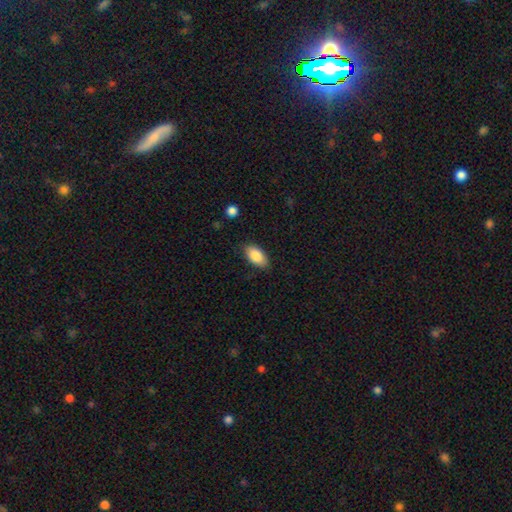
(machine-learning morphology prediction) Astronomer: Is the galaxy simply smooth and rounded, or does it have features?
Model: smooth — 86%.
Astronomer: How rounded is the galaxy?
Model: in between — 93%.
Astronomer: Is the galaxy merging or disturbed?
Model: none — 83%.